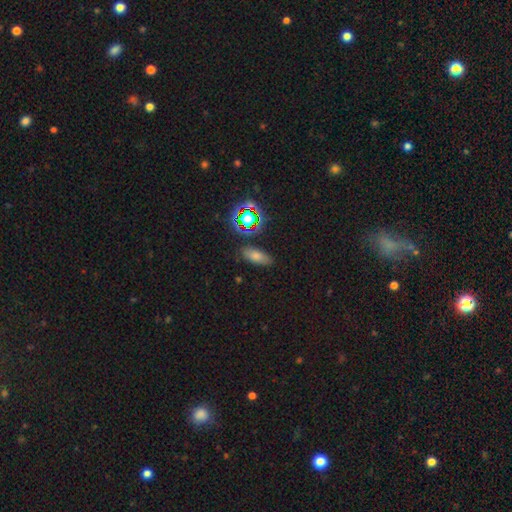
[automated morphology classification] Q: Smooth or featured?
A: smooth (55%); runner-up: star or artifact (31%)
Q: How rounded?
A: in between (69%); runner-up: cigar-shaped (20%)
Q: Merging?
A: none (83%); runner-up: minor disturbance (11%)